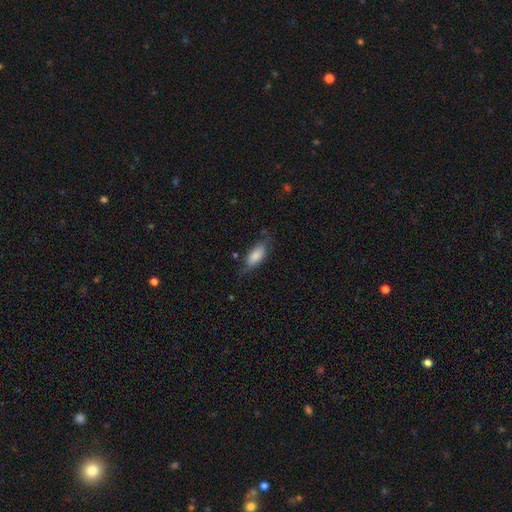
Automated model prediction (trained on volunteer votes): This is likely a smooth galaxy (78%). How rounded: clearly in between (80%). Merging: likely none (61%).